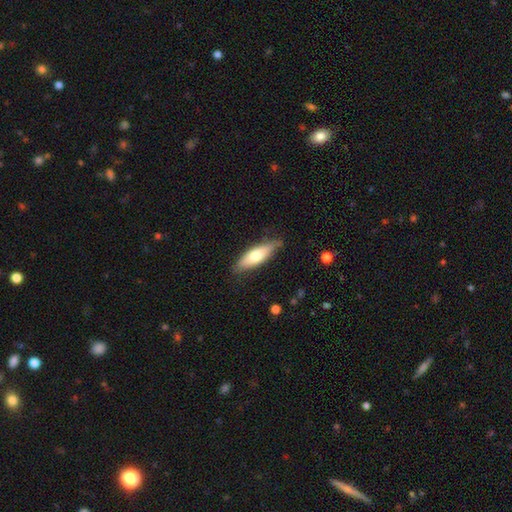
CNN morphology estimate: Smooth or featured? smooth (66%)
How rounded? in between (53%)
Merging? none (77%)